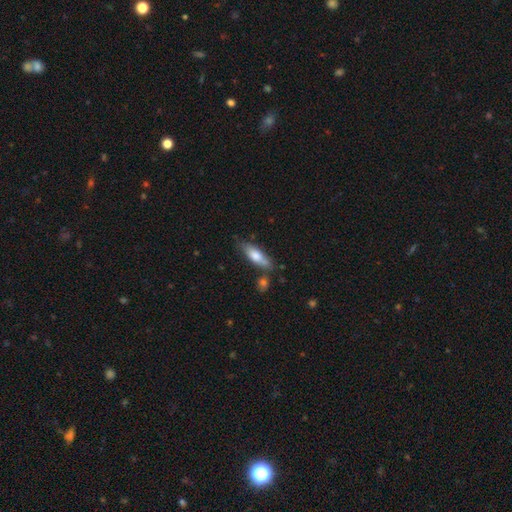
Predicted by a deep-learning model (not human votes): Morphology: type=smooth (70%); roundness=in between (54%); merging=none (63%).